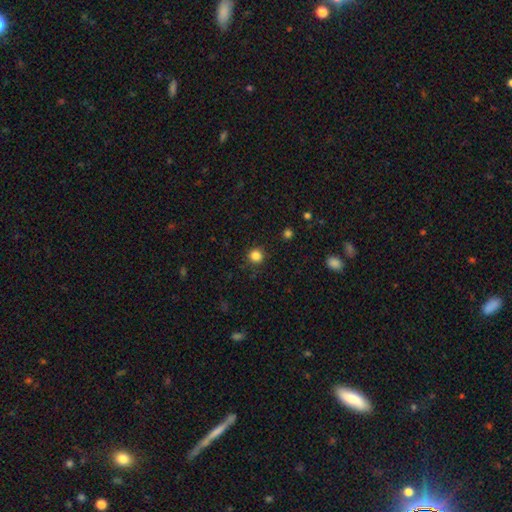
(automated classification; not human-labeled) smooth 85%, star or artifact 12%, featured or disk 3%. Down the decision tree: how rounded — round (94%); merging — none (90%).